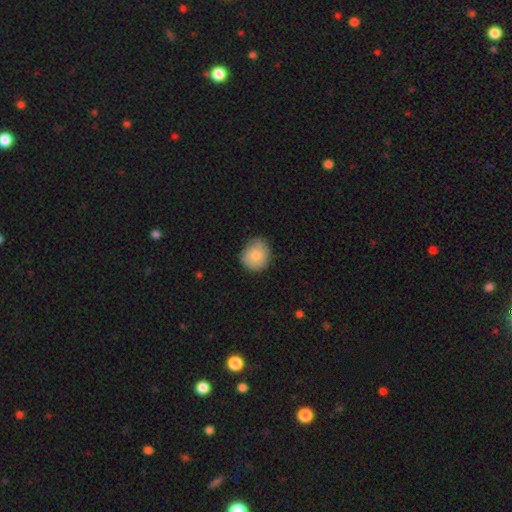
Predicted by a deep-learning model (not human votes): smooth 84%, featured or disk 9%, star or artifact 7%. Down the decision tree: how rounded — round (76%); merging — none (77%).